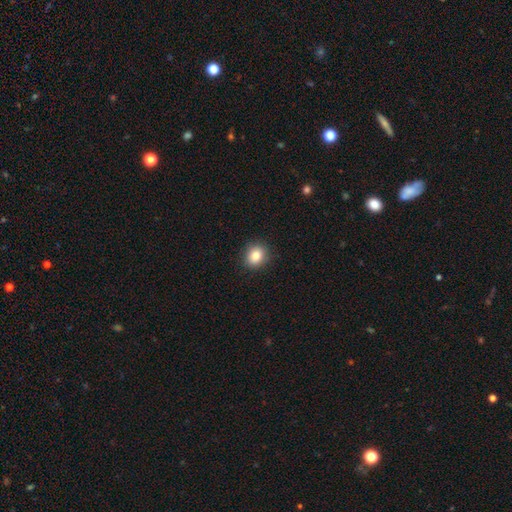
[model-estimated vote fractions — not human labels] This is clearly a smooth galaxy (83%). How rounded: likely round (71%). Merging: clearly none (90%).